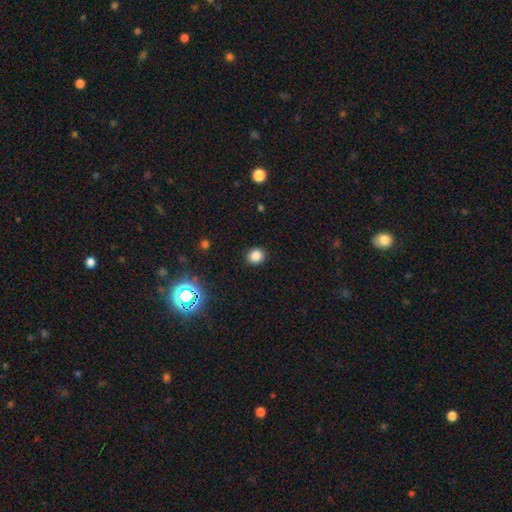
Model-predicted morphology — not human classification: Smooth or featured? smooth (83%)
How rounded? round (76%)
Merging? none (90%)